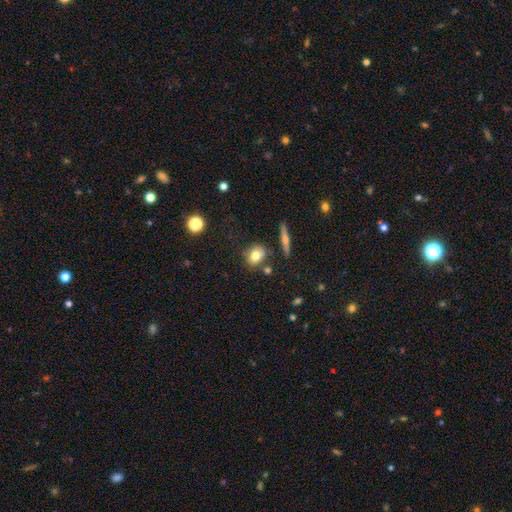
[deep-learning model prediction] Morphology: type=smooth (75%); roundness=round (62%); merging=none (72%).